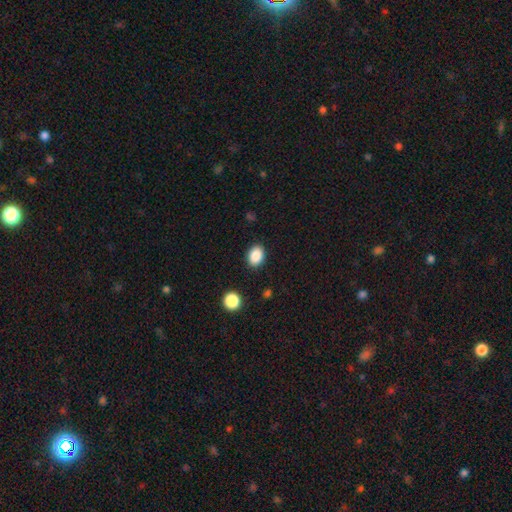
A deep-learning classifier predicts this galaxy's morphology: This is clearly a smooth galaxy (87%). How rounded: likely in between (67%). Merging: clearly none (88%).